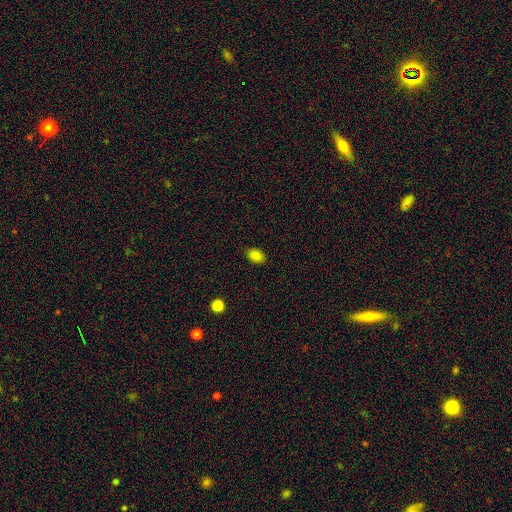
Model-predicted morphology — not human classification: Q: Smooth or featured?
A: smooth (85%); runner-up: star or artifact (11%)
Q: How rounded?
A: in between (83%); runner-up: round (16%)
Q: Merging?
A: none (88%); runner-up: minor disturbance (9%)